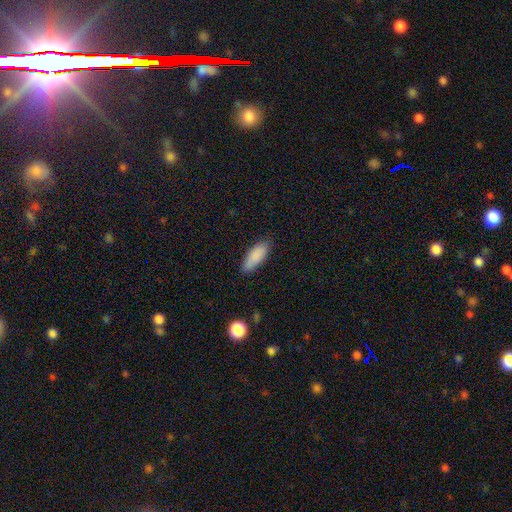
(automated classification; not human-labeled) Morphology: type=smooth (87%); roundness=in between (72%); merging=none (80%).